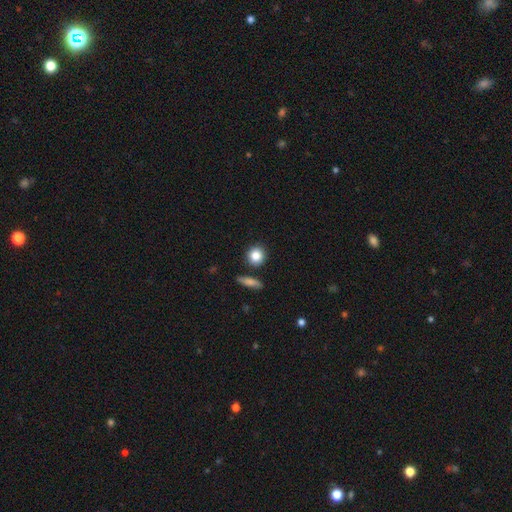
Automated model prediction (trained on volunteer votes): Smooth or featured?
  - smooth: 85% *
  - star or artifact: 9%
  - featured or disk: 7%
How rounded?
  - round: 87% *
  - in between: 11%
  - cigar-shaped: 2%
Merging?
  - none: 84% *
  - minor disturbance: 8%
  - merger: 5%
  - major disturbance: 2%